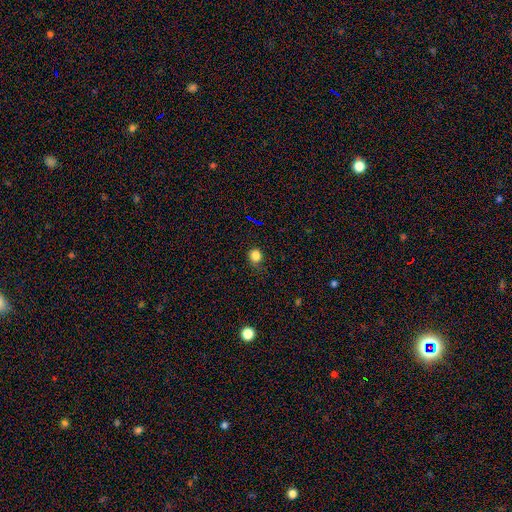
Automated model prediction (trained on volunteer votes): Smooth or featured: smooth — 82% (star or artifact — 14%)
How rounded: round — 76% (in between — 23%)
Merging: none — 72% (minor disturbance — 21%)